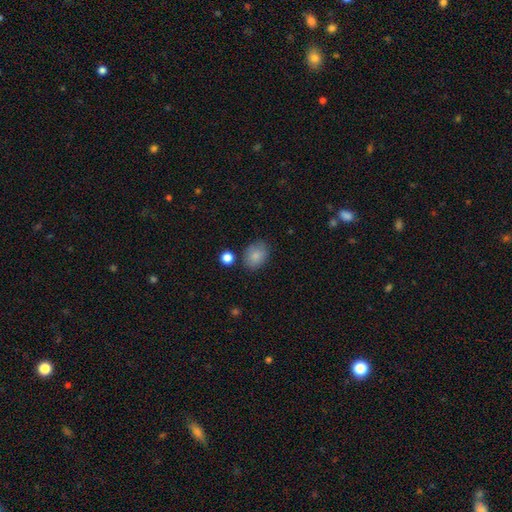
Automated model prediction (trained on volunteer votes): Smooth or featured?
  - smooth: 84% *
  - star or artifact: 8%
  - featured or disk: 8%
How rounded?
  - in between: 64% *
  - round: 35%
  - cigar-shaped: 1%
Merging?
  - none: 76% *
  - minor disturbance: 16%
  - merger: 4%
  - major disturbance: 4%